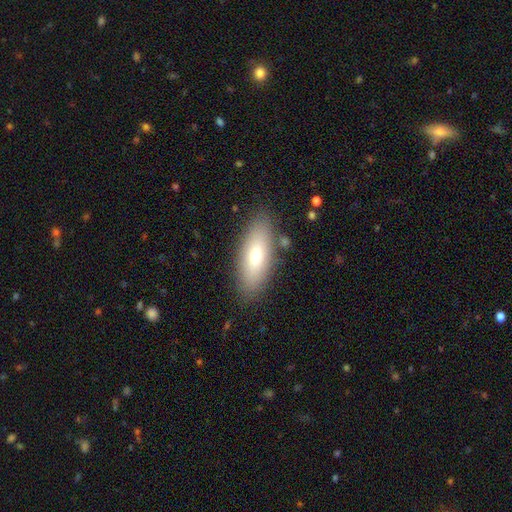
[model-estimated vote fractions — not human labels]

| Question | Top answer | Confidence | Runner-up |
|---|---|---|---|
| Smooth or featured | smooth | 74% | featured or disk (19%) |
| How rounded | in between | 74% | cigar-shaped (23%) |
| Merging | none | 83% | minor disturbance (11%) |